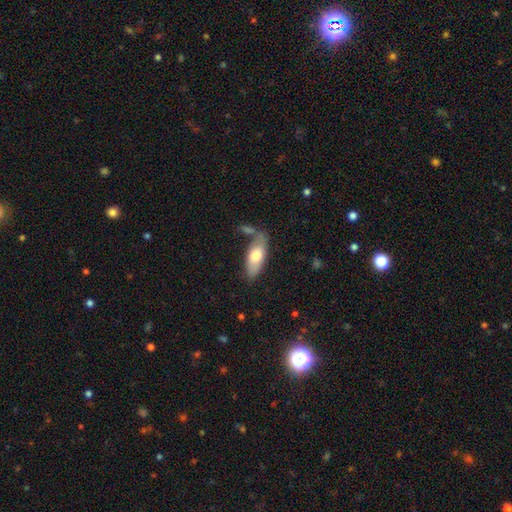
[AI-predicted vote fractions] Smooth or featured?
  - smooth: 69% *
  - featured or disk: 26%
  - star or artifact: 6%
How rounded?
  - in between: 80% *
  - cigar-shaped: 17%
  - round: 3%
Merging?
  - none: 58% *
  - minor disturbance: 20%
  - merger: 16%
  - major disturbance: 7%